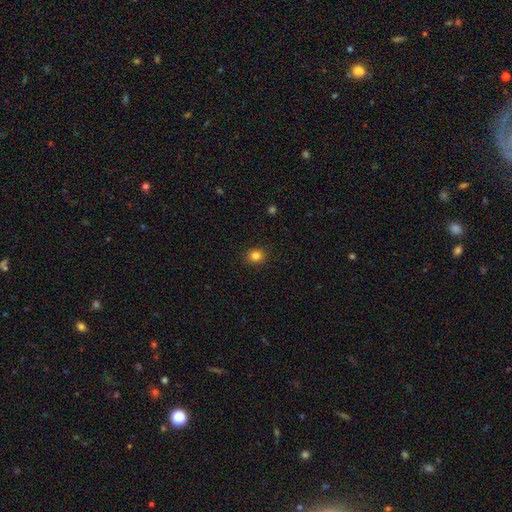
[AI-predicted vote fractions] This is clearly a smooth galaxy (83%). How rounded: clearly round (82%). Merging: clearly none (90%).